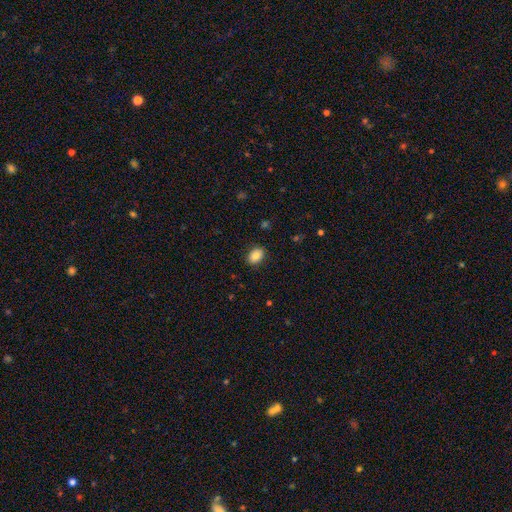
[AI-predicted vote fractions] smooth-or-featured: smooth: 87% | star or artifact: 8% | featured or disk: 5%
  how-rounded: in between: 79% | round: 20% | cigar-shaped: 1%
  merging: none: 87% | minor disturbance: 9% | major disturbance: 2% | merger: 1%